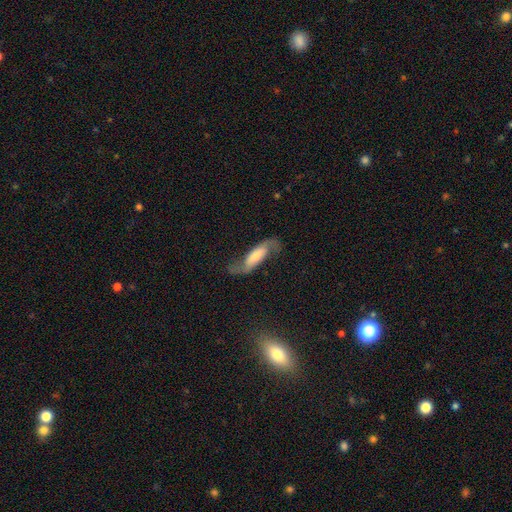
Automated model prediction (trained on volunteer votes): Q: Smooth or featured?
A: featured or disk (71%); runner-up: smooth (22%)
Q: Edge-on disk?
A: no (86%); runner-up: yes (14%)
Q: Bar?
A: no (40%); runner-up: weak (33%)
Q: Spiral arms?
A: yes (93%); runner-up: no (7%)
Q: Spiral winding?
A: loose (71%); runner-up: medium (22%)
Q: Spiral arm count?
A: 2 (90%); runner-up: can't tell (4%)
Q: Bulge size?
A: moderate (37%); runner-up: small (35%)
Q: Merging?
A: none (64%); runner-up: minor disturbance (19%)